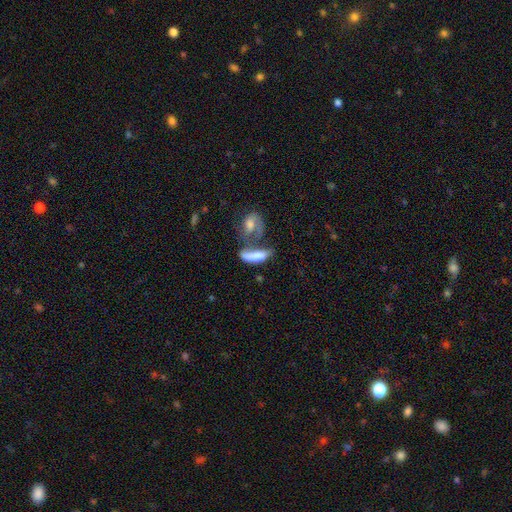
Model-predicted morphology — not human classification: This appears to be a smooth galaxy with no disk features (66%) that is in between round and cigar-shaped (60%). Merging: merger (57%).